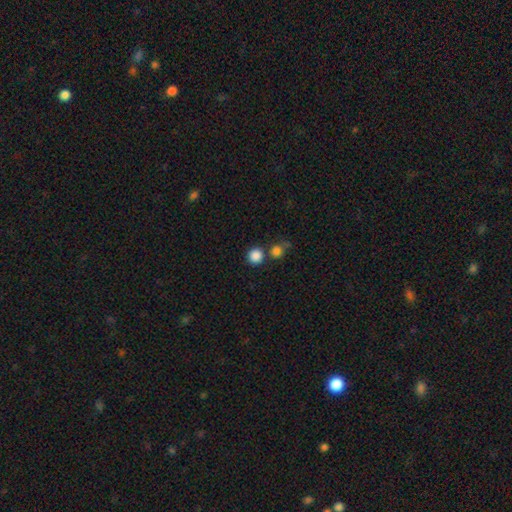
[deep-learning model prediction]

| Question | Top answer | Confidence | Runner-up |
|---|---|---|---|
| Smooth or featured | smooth | 86% | star or artifact (11%) |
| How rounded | round | 94% | in between (5%) |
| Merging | none | 73% | merger (16%) |